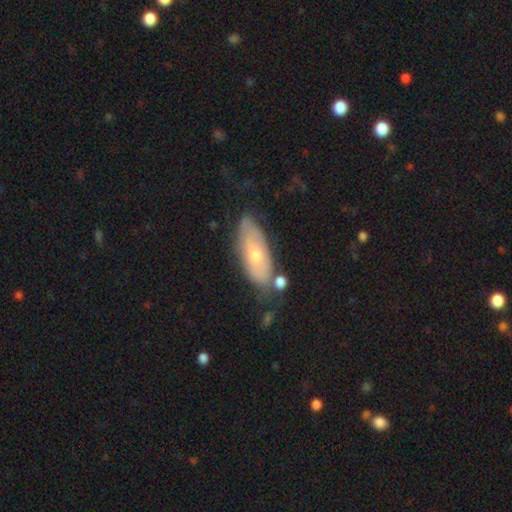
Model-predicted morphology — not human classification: Smooth or featured: smooth — 50% (featured or disk — 43%)
How rounded: in between — 76% (cigar-shaped — 21%)
Merging: none — 65% (minor disturbance — 22%)